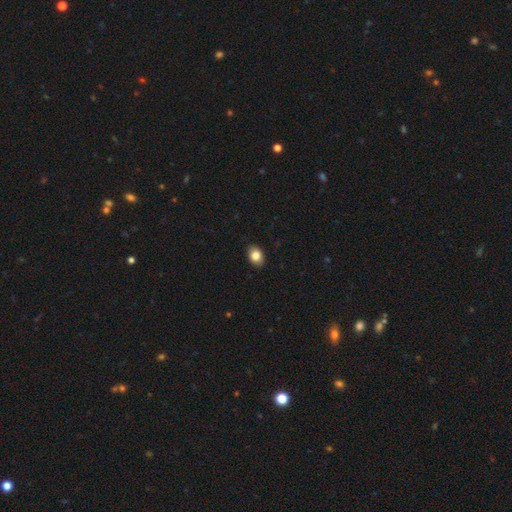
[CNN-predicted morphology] smooth 83%, featured or disk 9%, star or artifact 8%. Down the decision tree: how rounded — in between (73%); merging — none (90%).